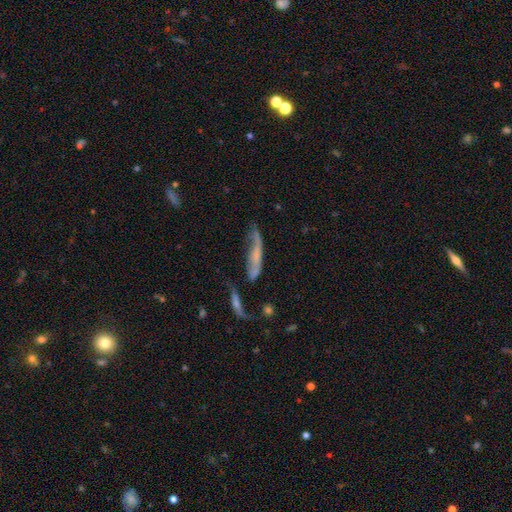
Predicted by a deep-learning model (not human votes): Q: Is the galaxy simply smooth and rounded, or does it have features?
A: featured or disk — 46%.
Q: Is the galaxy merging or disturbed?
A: none — 32%.